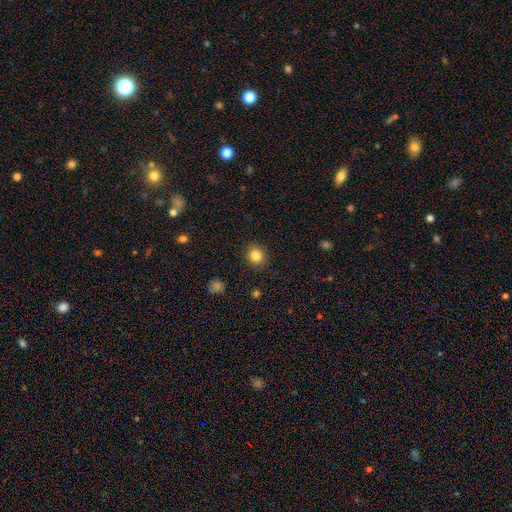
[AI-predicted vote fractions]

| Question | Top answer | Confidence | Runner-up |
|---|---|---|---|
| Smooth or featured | smooth | 84% | star or artifact (11%) |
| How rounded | round | 81% | in between (18%) |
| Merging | none | 88% | minor disturbance (8%) |